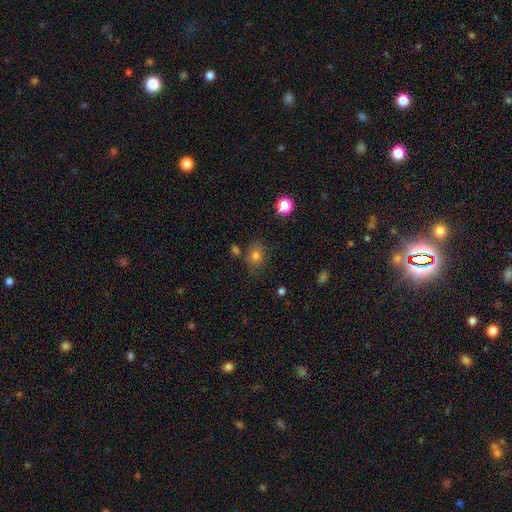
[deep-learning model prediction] Morphology: type=smooth (76%); roundness=in between (63%); merging=none (73%).